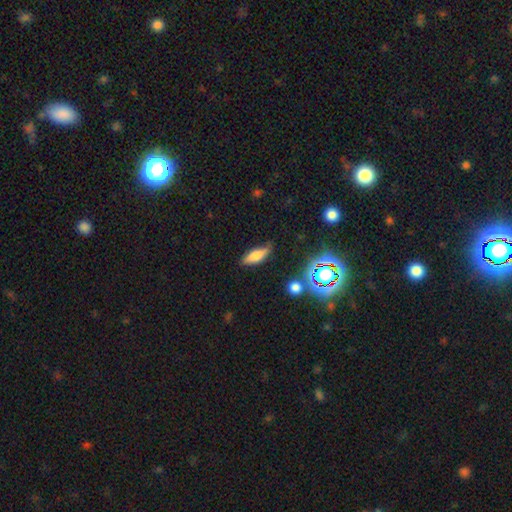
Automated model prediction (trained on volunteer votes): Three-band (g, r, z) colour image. It shows a smooth galaxy with no disk features (71%) that is in between round and cigar-shaped (62%). Merging: none (71%).